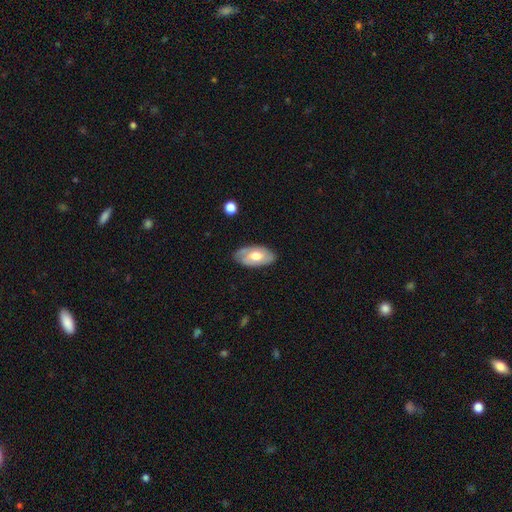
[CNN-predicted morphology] smooth_or_featured: smooth (p=0.48) [alt: featured or disk p=0.46]
merging: none (p=0.76) [alt: minor disturbance p=0.19]